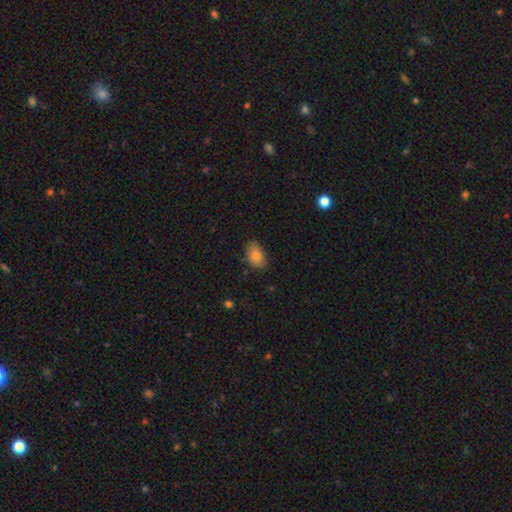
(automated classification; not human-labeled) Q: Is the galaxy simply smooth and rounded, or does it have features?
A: smooth — 82%.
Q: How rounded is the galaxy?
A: in between — 86%.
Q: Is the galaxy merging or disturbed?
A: none — 75%.